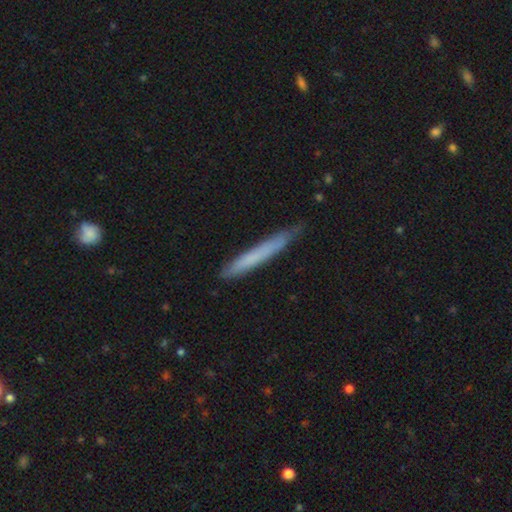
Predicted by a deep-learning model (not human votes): Smooth or featured? Predicted: smooth (p=0.67). How rounded? Predicted: cigar-shaped (p=0.97). Merging? Predicted: none (p=0.80).